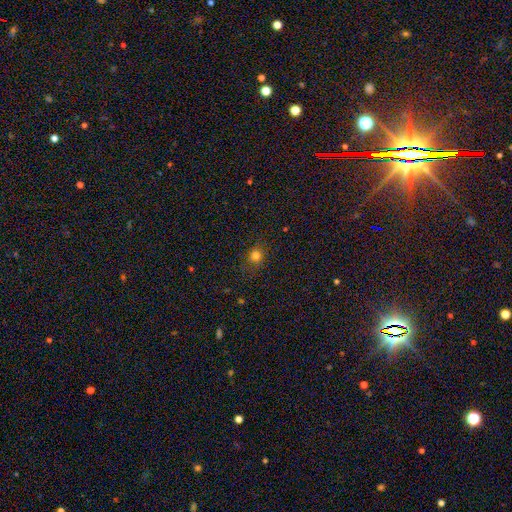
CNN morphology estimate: smooth-or-featured: smooth: 76% | star or artifact: 17% | featured or disk: 7%
  how-rounded: round: 78% | in between: 21% | cigar-shaped: 1%
  merging: none: 80% | minor disturbance: 14% | major disturbance: 5% | merger: 1%